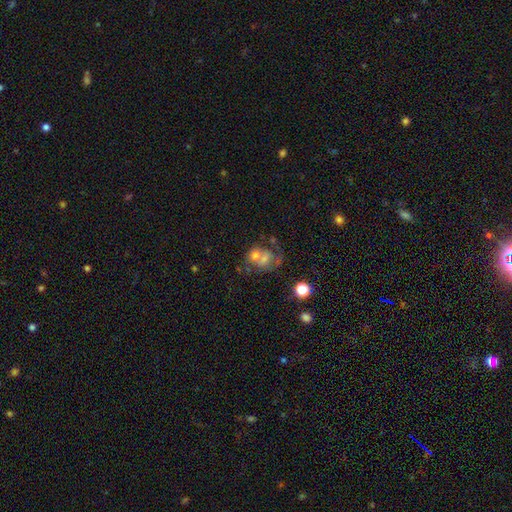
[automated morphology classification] This appears to be a smooth galaxy with no disk features (55%) that is round (59%). Merging: merger (56%).